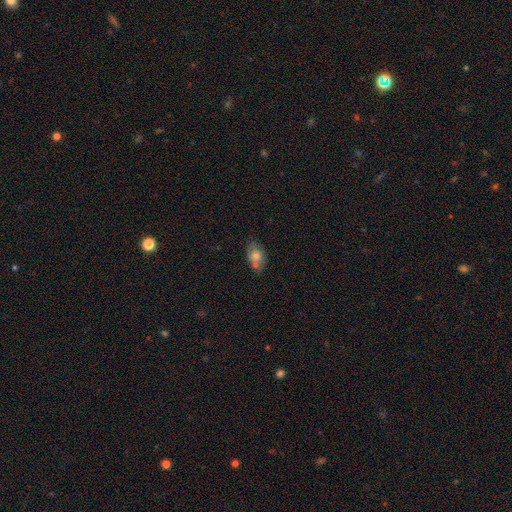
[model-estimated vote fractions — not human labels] Smooth or featured: smooth — 71% (featured or disk — 20%)
How rounded: in between — 81% (round — 17%)
Merging: none — 56% (merger — 21%)